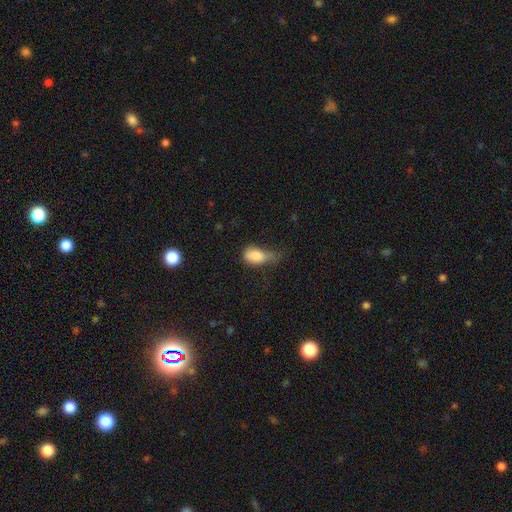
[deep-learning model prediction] Smooth or featured? Predicted: smooth (p=0.80). How rounded? Predicted: in between (p=0.85). Merging? Predicted: major disturbance (p=0.39).